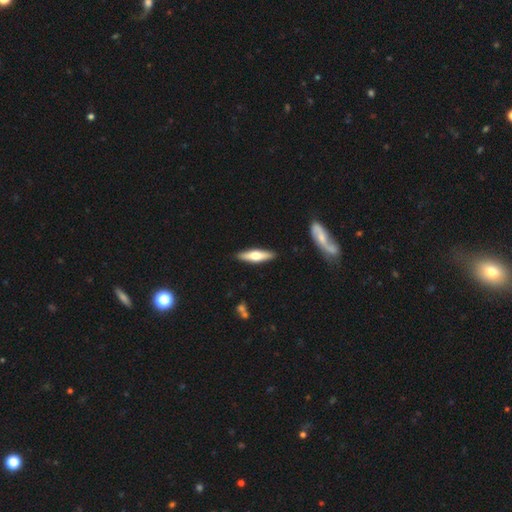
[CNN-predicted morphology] Smooth or featured? Predicted: featured or disk (p=0.52). Edge-on disk? Predicted: yes (p=0.92). Merging? Predicted: none (p=0.89).